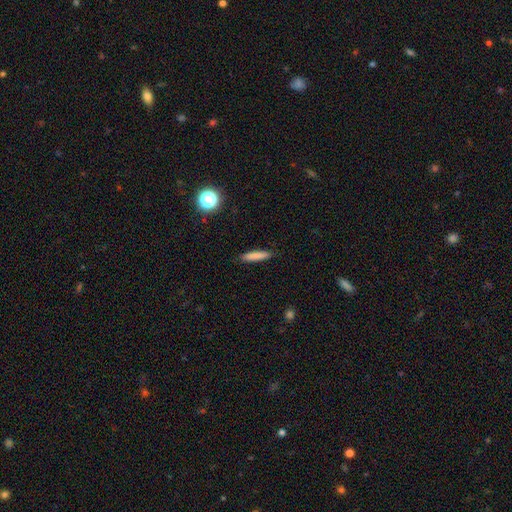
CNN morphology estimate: Overall: smooth (82%). How rounded: cigar-shaped (89%). Merging: none (88%).